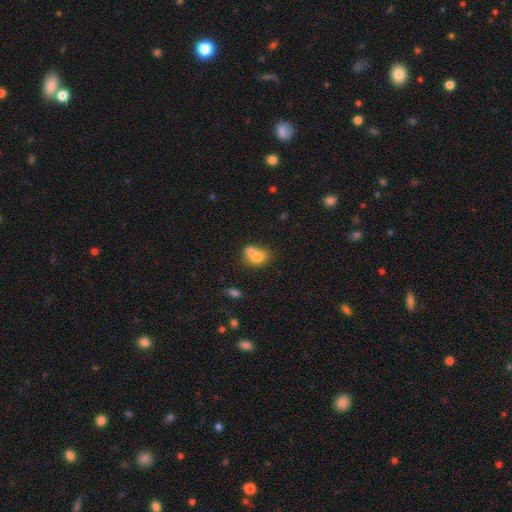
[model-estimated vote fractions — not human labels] Overall: smooth (71%). How rounded: in between (52%; round 46%). Merging: merger (66%).